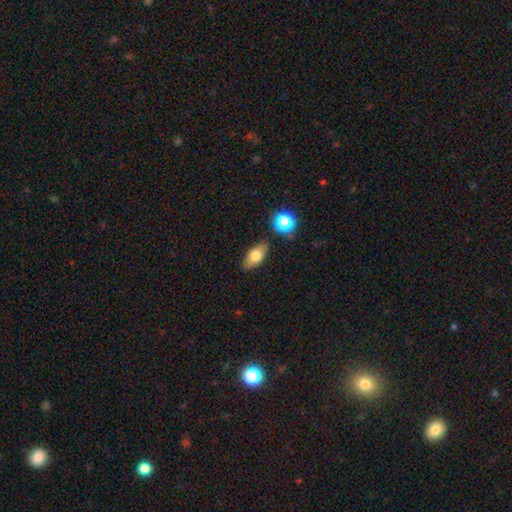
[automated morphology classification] A smooth galaxy with no disk features (73%) that is in between round and cigar-shaped (84%). Merging: none (83%).